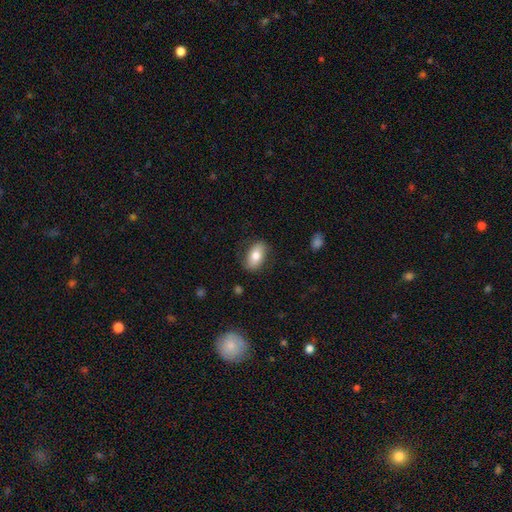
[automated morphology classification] This is likely a smooth galaxy (76%). How rounded: clearly in between (90%). Merging: clearly none (82%).